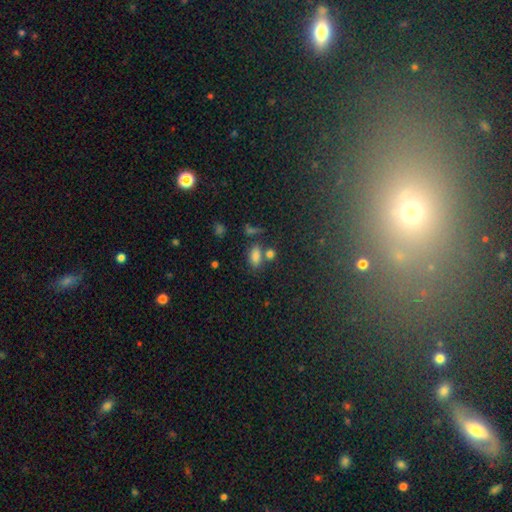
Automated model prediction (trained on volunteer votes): Morphology: type=smooth (79%); roundness=in between (86%); merging=none (60%).